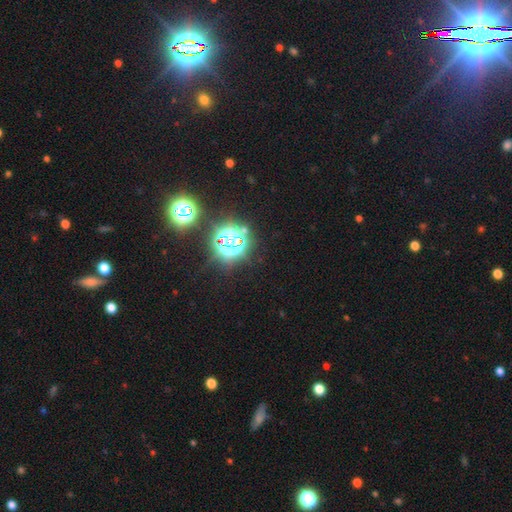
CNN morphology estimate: Smooth or featured? star or artifact (80%)